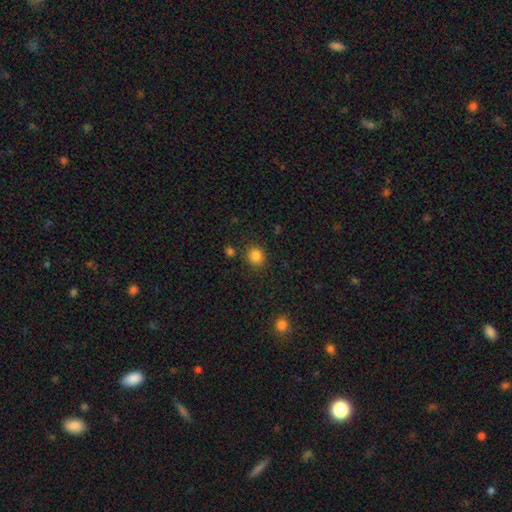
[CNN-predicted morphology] The model was most divided on "how rounded": round: 81%, in between: 18%, cigar-shaped: 1%. More confident: merging — none (85%); smooth or featured — smooth (84%).